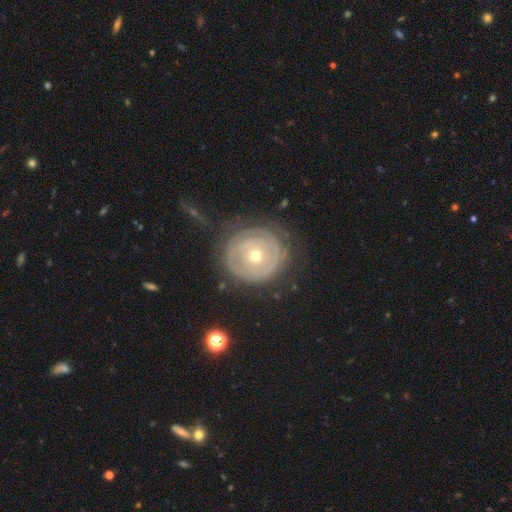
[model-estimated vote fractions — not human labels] Morphology: type=featured or disk (68%); edge-on=no (96%); bar=no (86%); spiral arms=yes (56%); bulge=small (58%); merging=none (67%).